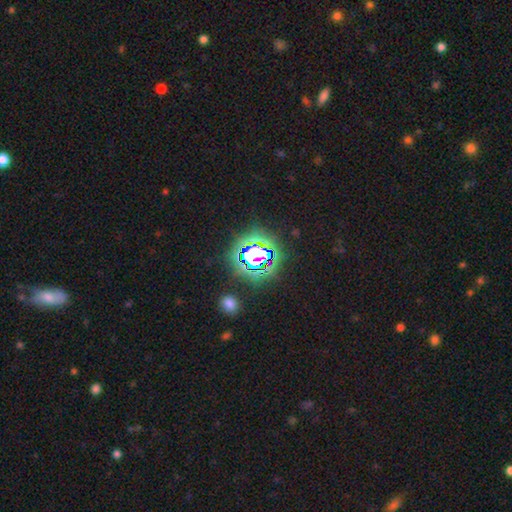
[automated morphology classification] Smooth or featured: star or artifact — 73% (smooth — 17%)